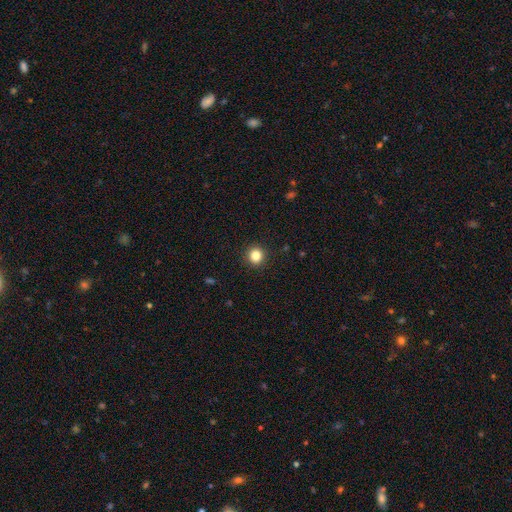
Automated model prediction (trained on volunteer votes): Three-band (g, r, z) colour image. It shows a smooth galaxy with no disk features (83%) that is round (92%). Merging: none (92%).